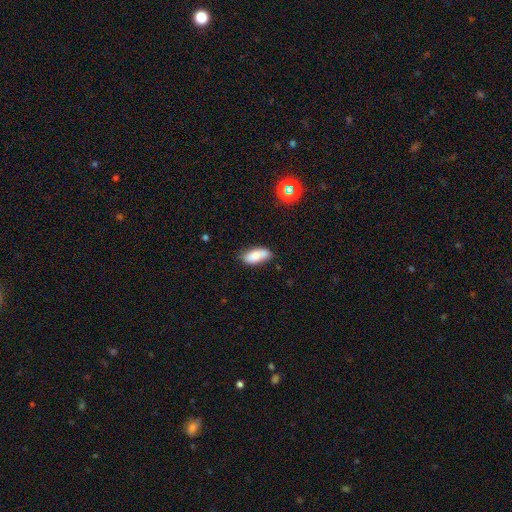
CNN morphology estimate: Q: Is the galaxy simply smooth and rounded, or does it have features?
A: smooth — 81%.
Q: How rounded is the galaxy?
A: in between — 87%.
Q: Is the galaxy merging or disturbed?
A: none — 71%.